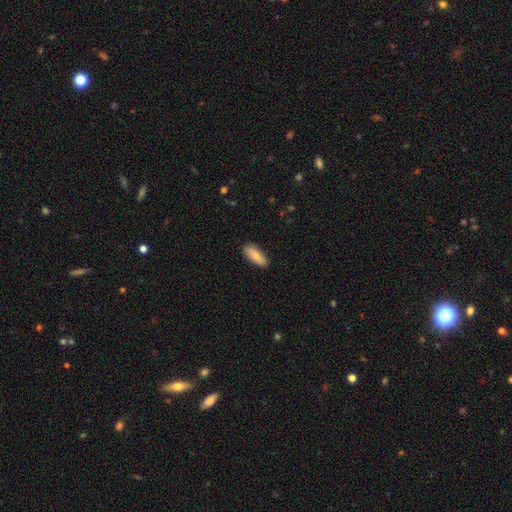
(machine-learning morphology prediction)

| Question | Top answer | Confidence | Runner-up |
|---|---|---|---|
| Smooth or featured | smooth | 77% | featured or disk (17%) |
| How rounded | in between | 70% | cigar-shaped (27%) |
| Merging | none | 88% | minor disturbance (10%) |